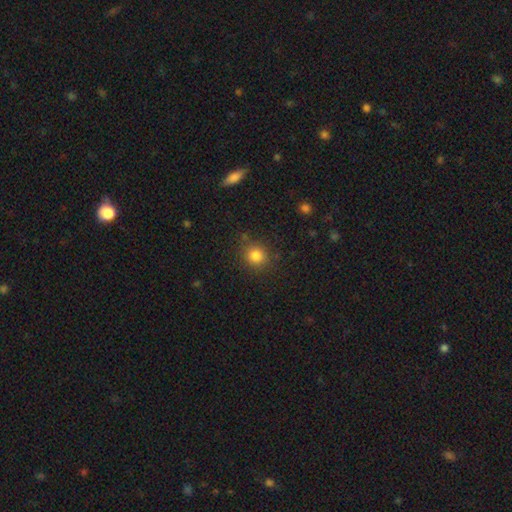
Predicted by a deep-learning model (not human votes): The model was most divided on "smooth or featured": smooth: 82%, star or artifact: 12%, featured or disk: 5%. More confident: how rounded — round (86%); merging — none (84%).